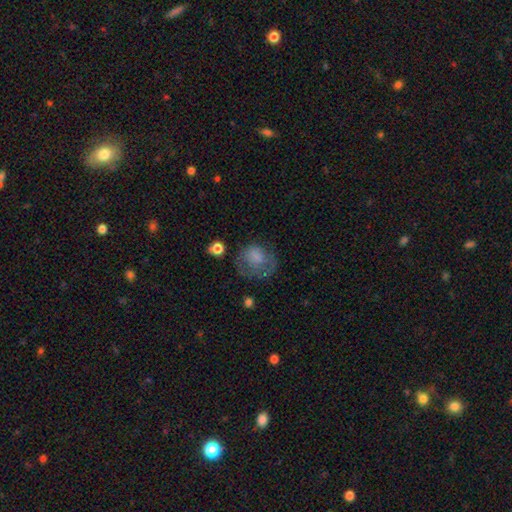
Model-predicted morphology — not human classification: This is possibly a smooth galaxy (57%). How rounded: likely round (69%). Merging: possibly none (50%).